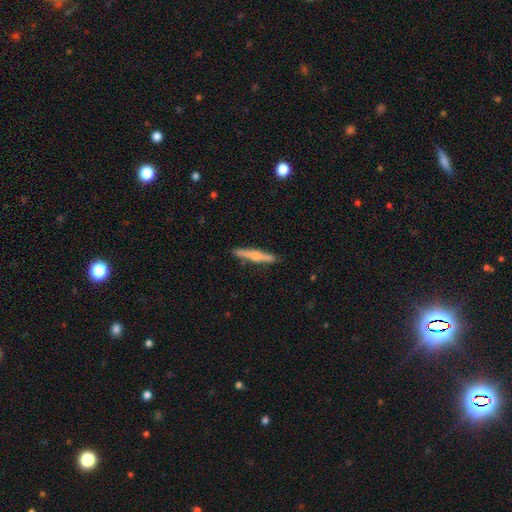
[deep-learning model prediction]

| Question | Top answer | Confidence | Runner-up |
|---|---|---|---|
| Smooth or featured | featured or disk | 51% | smooth (44%) |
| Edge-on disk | yes | 96% | no (4%) |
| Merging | none | 87% | minor disturbance (10%) |